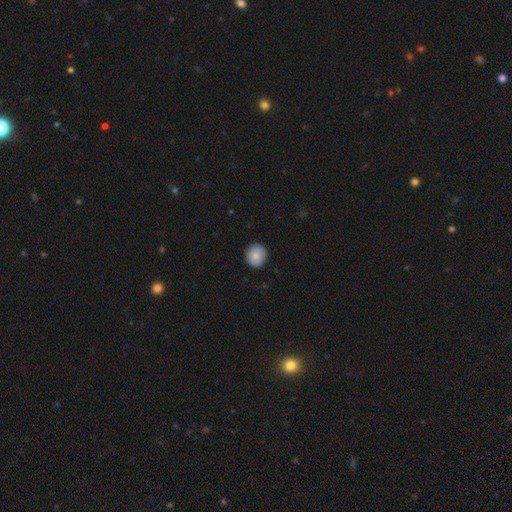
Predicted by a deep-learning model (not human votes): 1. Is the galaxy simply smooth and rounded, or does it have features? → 85% smooth, 8% featured or disk, 7% star or artifact.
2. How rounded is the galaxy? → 90% round, 9% in between, 1% cigar-shaped.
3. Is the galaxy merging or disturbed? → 89% none, 8% minor disturbance, 2% major disturbance, 1% merger.